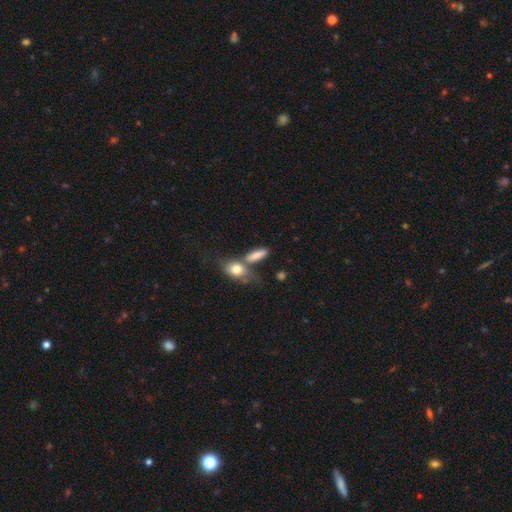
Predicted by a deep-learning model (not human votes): A smooth galaxy with no disk features (73%) that is in between round and cigar-shaped (65%). Merging: none (40%).